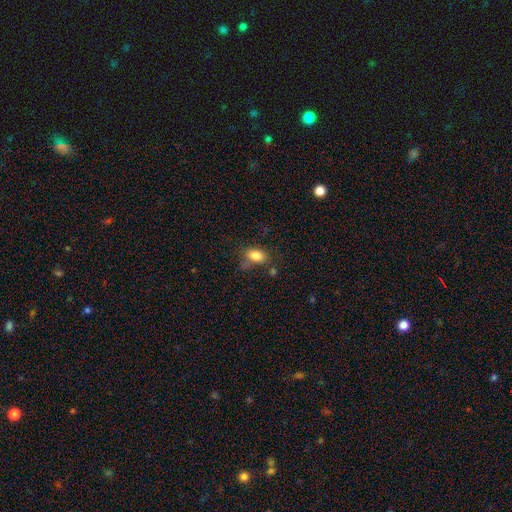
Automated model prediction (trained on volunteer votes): Overall: smooth (83%). How rounded: in between (85%). Merging: none (62%; minor disturbance 22%).